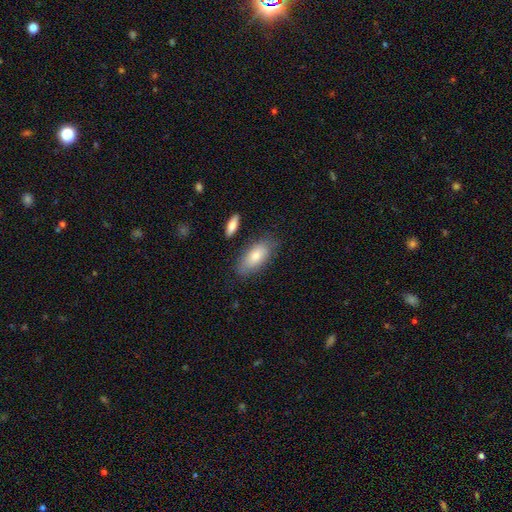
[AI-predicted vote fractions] The model was most divided on "merging": none: 80%, minor disturbance: 14%, merger: 3%, major disturbance: 3%. More confident: how rounded — in between (86%); smooth or featured — smooth (81%).